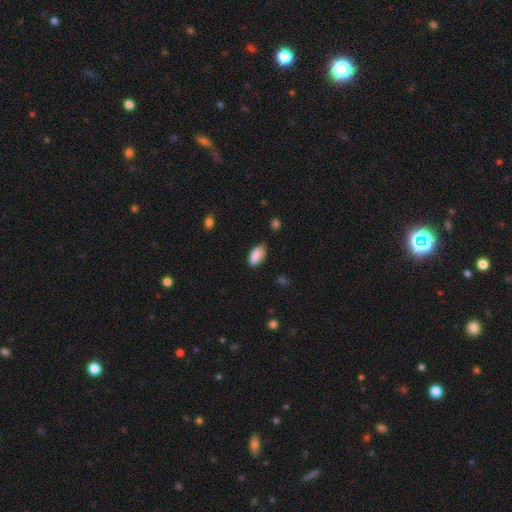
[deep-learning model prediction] Smooth or featured? smooth (86%)
How rounded? in between (89%)
Merging? none (68%)